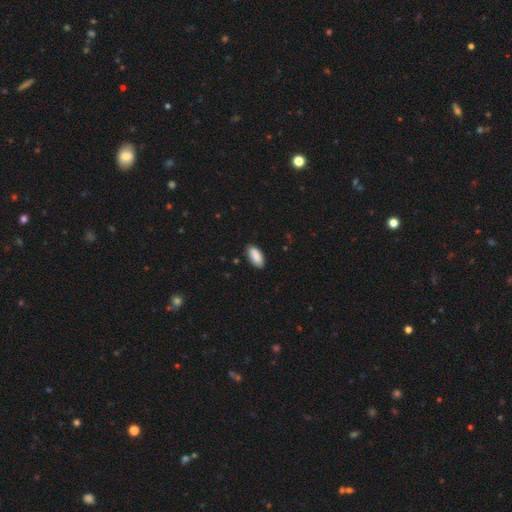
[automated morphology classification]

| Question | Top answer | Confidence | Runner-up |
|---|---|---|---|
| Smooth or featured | smooth | 90% | star or artifact (6%) |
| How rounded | in between | 91% | cigar-shaped (7%) |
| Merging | none | 86% | minor disturbance (11%) |